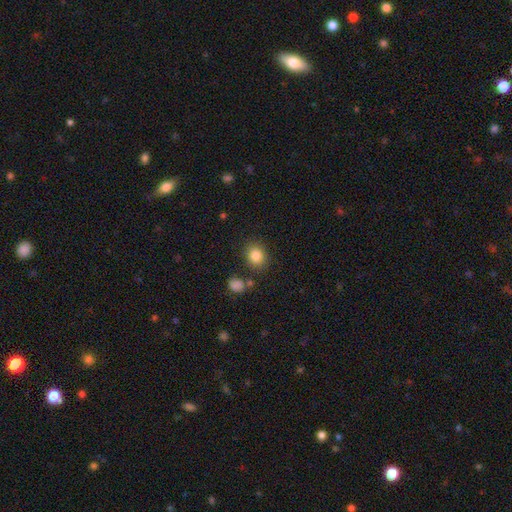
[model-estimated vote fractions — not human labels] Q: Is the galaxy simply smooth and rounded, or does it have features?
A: smooth — 85%.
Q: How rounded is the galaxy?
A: round — 67%.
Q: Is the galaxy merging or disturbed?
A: none — 81%.